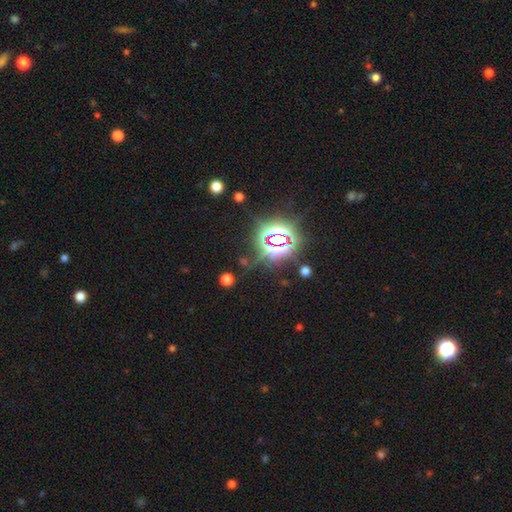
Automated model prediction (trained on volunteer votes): This is clearly a star or artifact rather than a galaxy (83%).